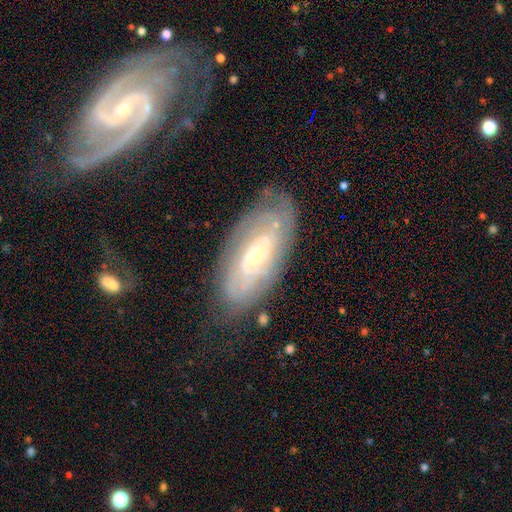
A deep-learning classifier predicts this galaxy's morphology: smooth_or_featured: featured or disk (p=0.73) [alt: smooth p=0.20]
disk_edge_on: no (p=0.90) [alt: yes p=0.10]
bar: no (p=0.69) [alt: weak p=0.24]
has_spiral_arms: yes (p=0.81) [alt: no p=0.19]
spiral_winding: tight (p=0.72) [alt: medium p=0.21]
spiral_arm_count: can't tell (p=0.62) [alt: 2 p=0.16]
bulge_size: small (p=0.71) [alt: moderate p=0.24]
merging: none (p=0.71) [alt: minor disturbance p=0.19]